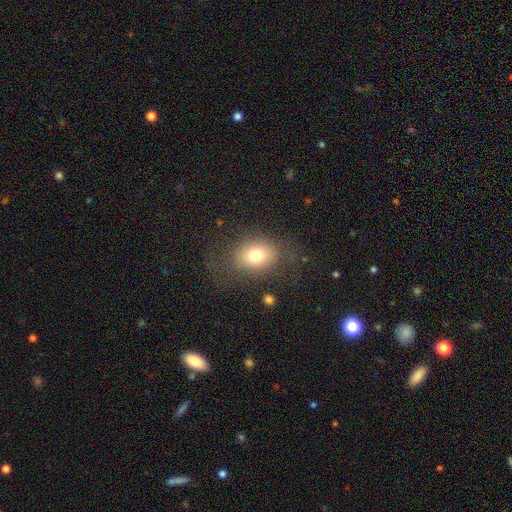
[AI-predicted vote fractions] A smooth galaxy with no disk features (74%) that is in between round and cigar-shaped (58%).

Vote fractions:
- Smooth or featured? smooth: 74% / featured or disk: 14% / star or artifact: 11%
- How rounded? in between: 58% / round: 41% / cigar-shaped: 1%
- Merging? none: 70% / minor disturbance: 16% / major disturbance: 12% / merger: 2%